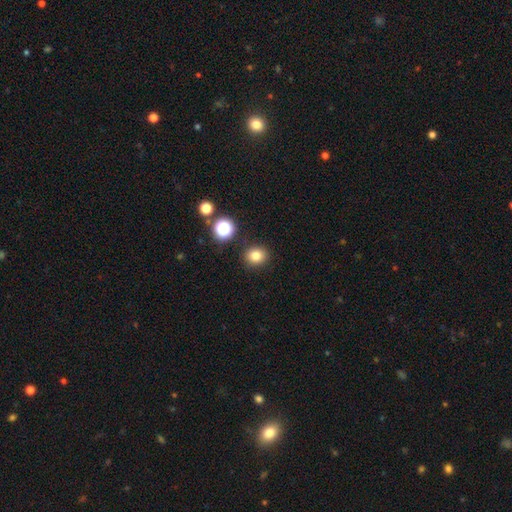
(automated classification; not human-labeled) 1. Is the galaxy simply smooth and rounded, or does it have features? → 80% smooth, 14% star or artifact, 6% featured or disk.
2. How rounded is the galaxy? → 73% round, 26% in between, 1% cigar-shaped.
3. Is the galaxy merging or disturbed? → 87% none, 7% minor disturbance, 3% merger, 2% major disturbance.